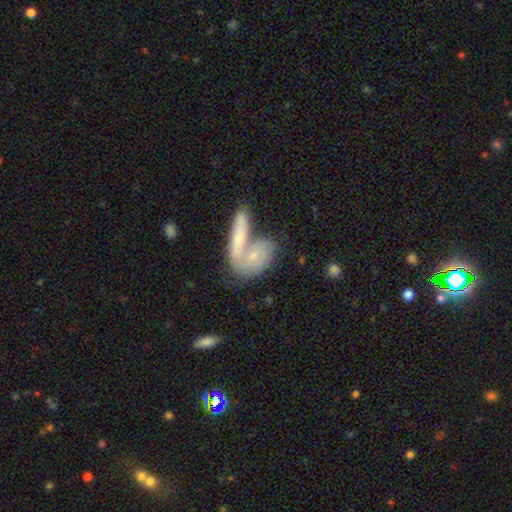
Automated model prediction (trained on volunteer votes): A smooth galaxy with no disk features (56%) that is in between round and cigar-shaped (65%).

Vote fractions:
- Smooth or featured? smooth: 56% / featured or disk: 37% / star or artifact: 7%
- How rounded? in between: 65% / round: 20% / cigar-shaped: 15%
- Merging? merger: 55% / none: 30% / minor disturbance: 10% / major disturbance: 6%